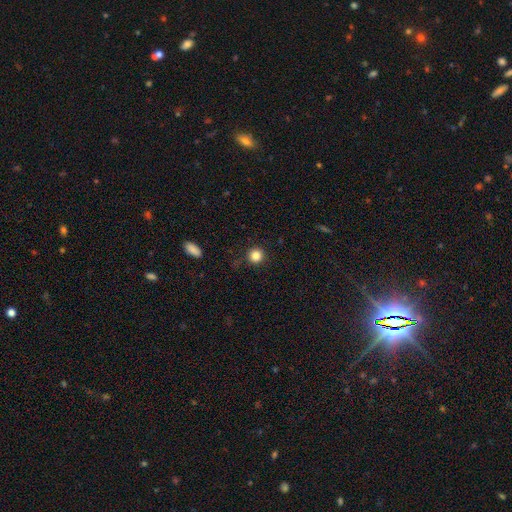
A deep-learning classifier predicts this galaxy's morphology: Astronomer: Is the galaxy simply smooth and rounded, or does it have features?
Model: smooth — 84%.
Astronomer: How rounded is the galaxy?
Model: round — 94%.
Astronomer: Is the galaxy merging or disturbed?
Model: none — 90%.